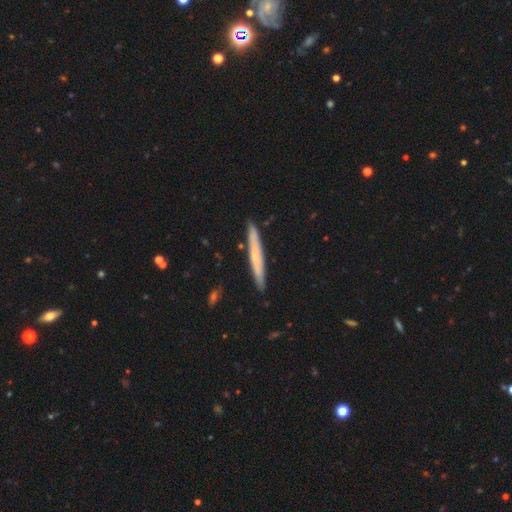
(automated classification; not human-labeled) smooth 49%, featured or disk 45%, star or artifact 6%. Down the decision tree: merging — none (89%).